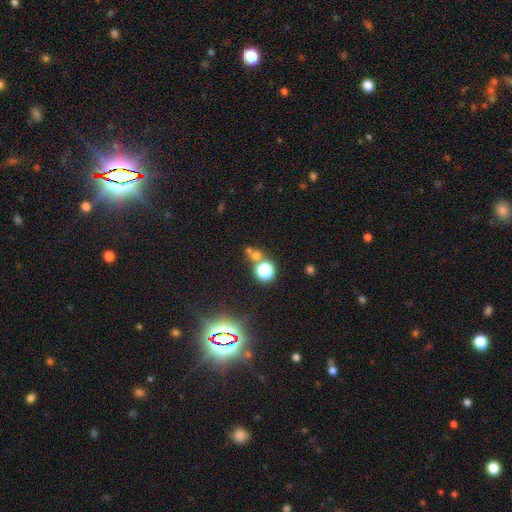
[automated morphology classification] smooth 51%, star or artifact 39%, featured or disk 10%. Down the decision tree: how rounded — round (82%); merging — none (57%).